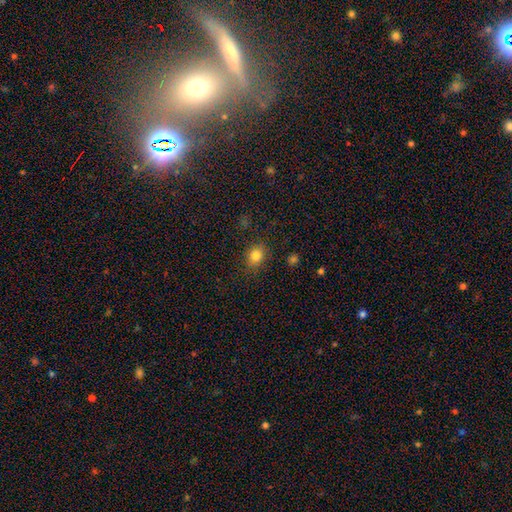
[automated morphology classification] Smooth or featured?
  - smooth: 82% *
  - star or artifact: 12%
  - featured or disk: 7%
How rounded?
  - round: 51% *
  - in between: 48%
  - cigar-shaped: 1%
Merging?
  - none: 84% *
  - minor disturbance: 12%
  - major disturbance: 3%
  - merger: 1%